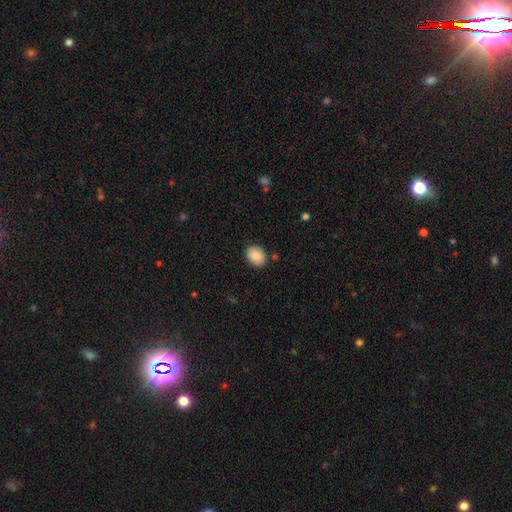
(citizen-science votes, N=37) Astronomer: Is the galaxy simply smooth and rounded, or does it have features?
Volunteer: smooth — 95%.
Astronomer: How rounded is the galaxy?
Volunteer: in between — 71%.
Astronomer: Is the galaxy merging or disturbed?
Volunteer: none — 80%.